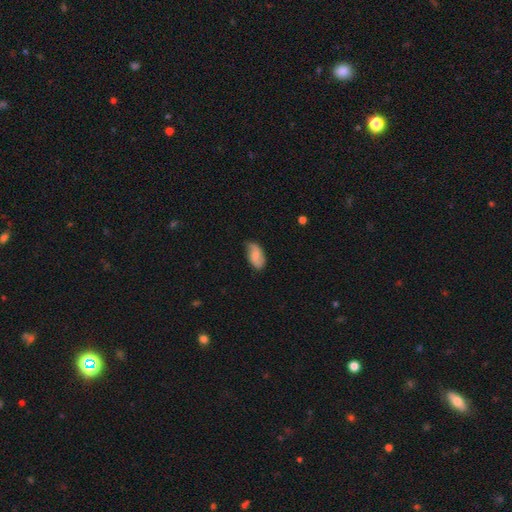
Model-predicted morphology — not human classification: This is likely a smooth galaxy (68%). How rounded: clearly in between (93%). Merging: likely none (67%).